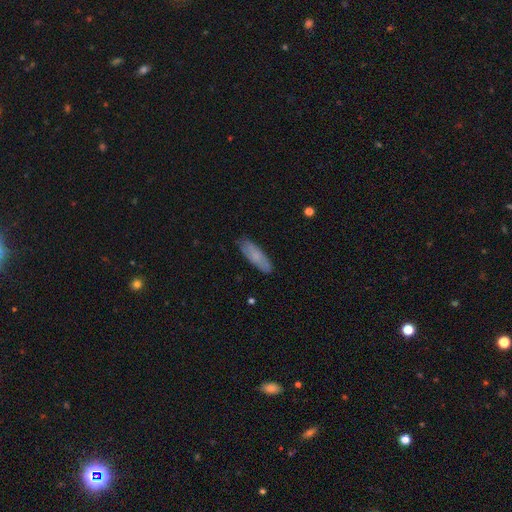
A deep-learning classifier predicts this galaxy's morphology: smooth-or-featured: smooth: 74% | featured or disk: 20% | star or artifact: 6%
  how-rounded: cigar-shaped: 51% | in between: 48% | round: 2%
  merging: none: 85% | minor disturbance: 12% | major disturbance: 2% | merger: 1%